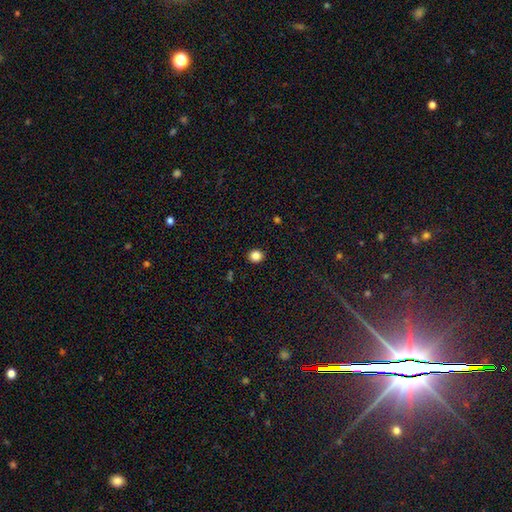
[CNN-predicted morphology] smooth 85%, star or artifact 11%, featured or disk 4%. Down the decision tree: how rounded — round (83%); merging — none (92%).